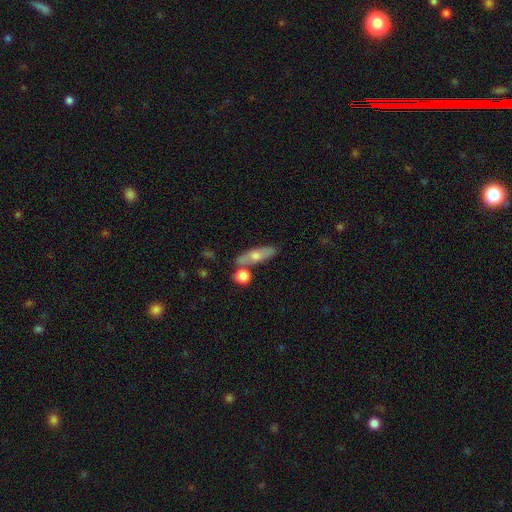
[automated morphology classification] The model was most divided on "smooth or featured": smooth: 47%, featured or disk: 44%, star or artifact: 9%. More confident: merging — none (69%).